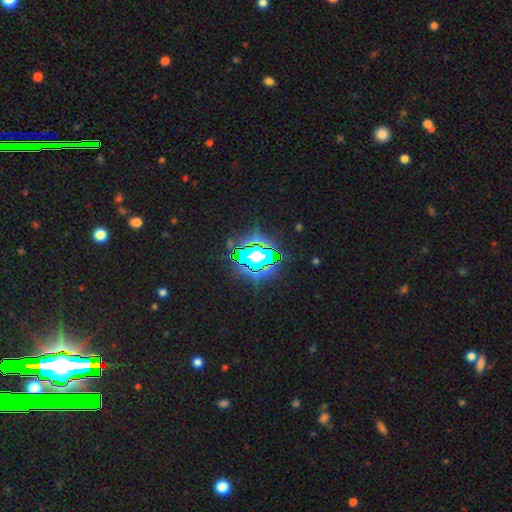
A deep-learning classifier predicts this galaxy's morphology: The model was most divided on "smooth or featured": star or artifact: 65%, smooth: 19%, featured or disk: 15%.